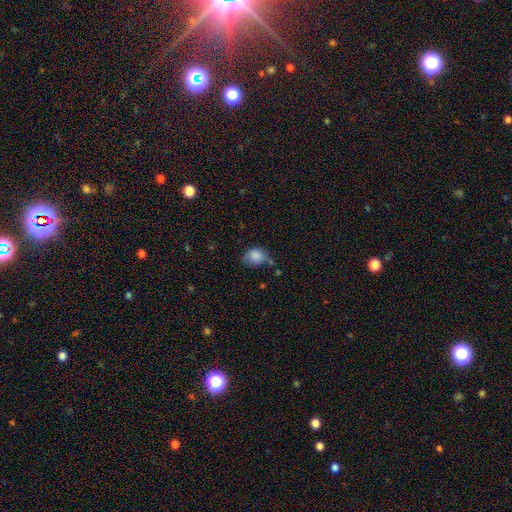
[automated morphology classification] The model was most divided on "how rounded": in between: 55%, round: 44%, cigar-shaped: 1%. Remaining: smooth or featured — smooth (84%); merging — none (47%).